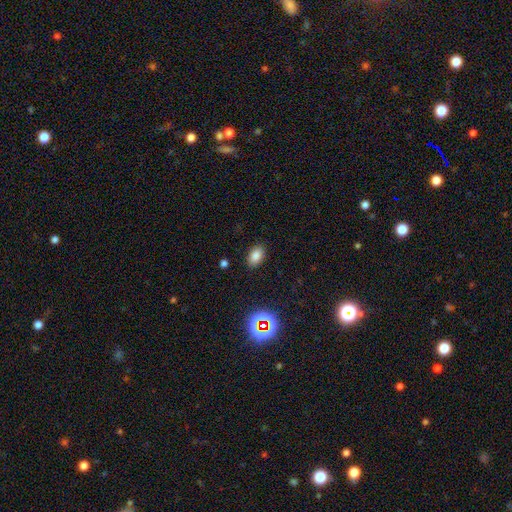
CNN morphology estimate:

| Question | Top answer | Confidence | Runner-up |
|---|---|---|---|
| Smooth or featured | smooth | 81% | star or artifact (13%) |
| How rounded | in between | 88% | round (11%) |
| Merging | none | 88% | minor disturbance (9%) |